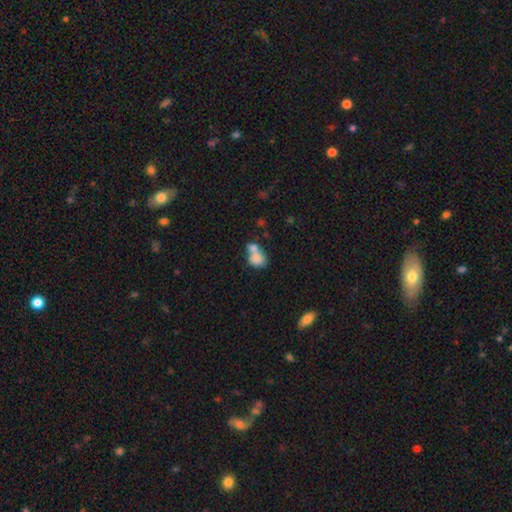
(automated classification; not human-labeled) Smooth or featured? Predicted: smooth (p=0.77). How rounded? Predicted: in between (p=0.57). Merging? Predicted: merger (p=0.65).